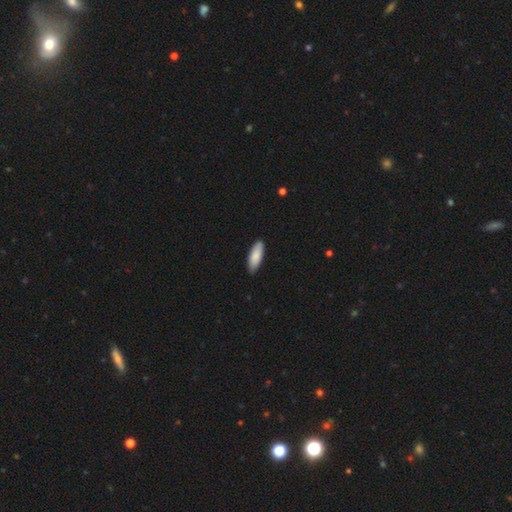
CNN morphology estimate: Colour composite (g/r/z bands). It shows a smooth galaxy with no disk features (88%) that is in between round and cigar-shaped (71%). Merging: none (89%).